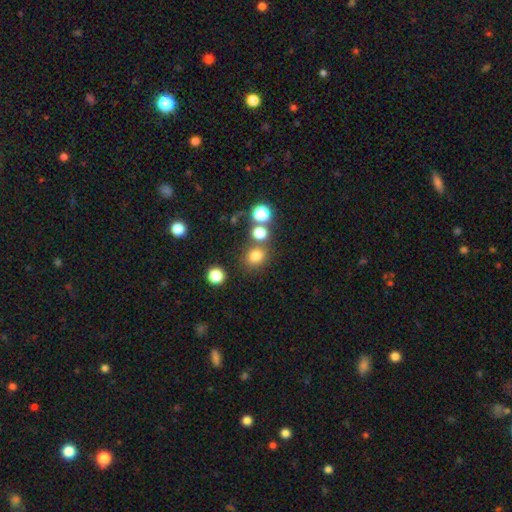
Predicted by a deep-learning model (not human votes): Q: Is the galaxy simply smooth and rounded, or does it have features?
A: smooth — 76%.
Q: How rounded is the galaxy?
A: round — 80%.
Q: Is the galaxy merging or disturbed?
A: none — 71%.